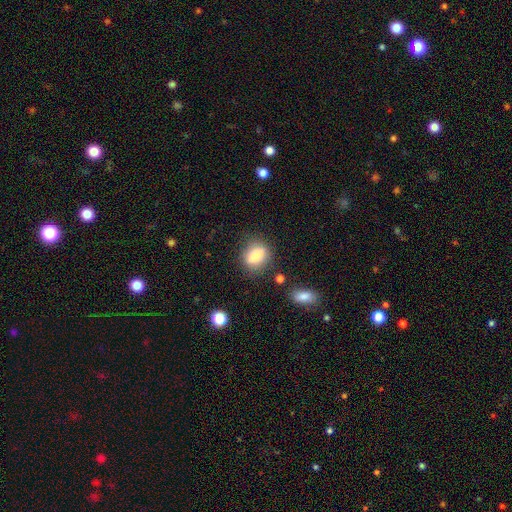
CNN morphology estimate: Smooth or featured? smooth (76%)
How rounded? in between (62%)
Merging? none (77%)